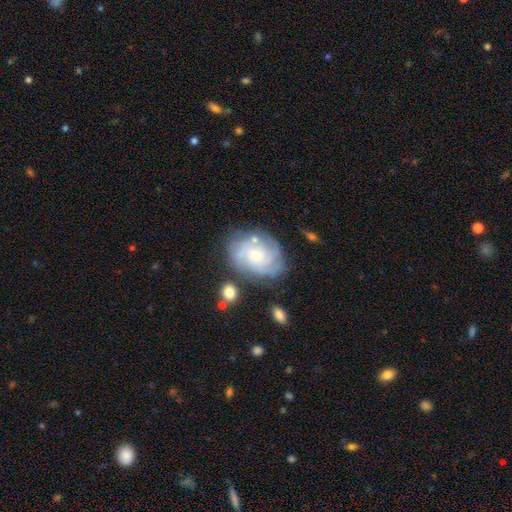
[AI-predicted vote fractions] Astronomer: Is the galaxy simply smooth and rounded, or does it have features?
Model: featured or disk — 67%.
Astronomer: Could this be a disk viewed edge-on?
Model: no — 97%.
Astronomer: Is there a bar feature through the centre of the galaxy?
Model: no — 78%.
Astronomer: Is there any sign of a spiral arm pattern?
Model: yes — 87%.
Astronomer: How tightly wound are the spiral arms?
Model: tight — 57% (runner-up: medium, 32%).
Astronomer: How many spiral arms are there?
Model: can't tell — 44%.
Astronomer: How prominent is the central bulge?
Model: small — 60%.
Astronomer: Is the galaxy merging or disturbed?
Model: none — 66%.